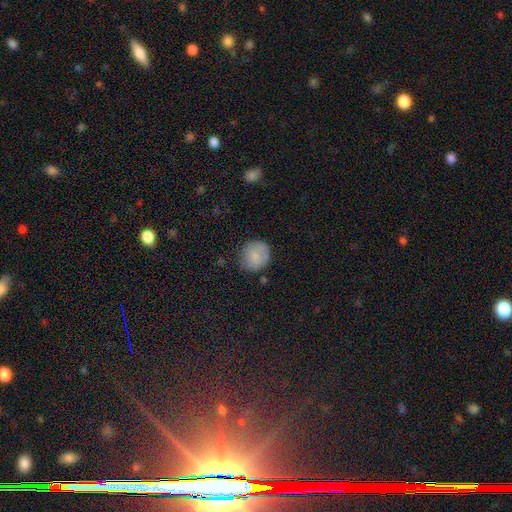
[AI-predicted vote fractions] Smooth or featured? Predicted: smooth (p=0.79). How rounded? Predicted: round (p=0.89). Merging? Predicted: none (p=0.76).